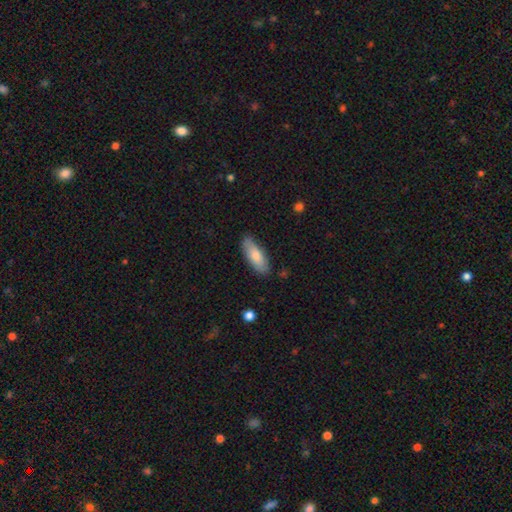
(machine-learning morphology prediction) Smooth or featured?
  - smooth: 76% *
  - featured or disk: 18%
  - star or artifact: 6%
How rounded?
  - in between: 72% *
  - cigar-shaped: 26%
  - round: 2%
Merging?
  - none: 81% *
  - minor disturbance: 15%
  - major disturbance: 3%
  - merger: 1%